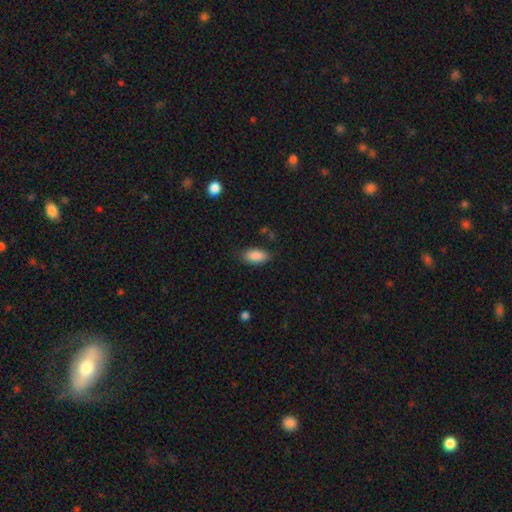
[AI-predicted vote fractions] smooth-or-featured: smooth: 89% | star or artifact: 7% | featured or disk: 4%
  how-rounded: in between: 92% | cigar-shaped: 4% | round: 4%
  merging: none: 82% | minor disturbance: 13% | major disturbance: 3% | merger: 1%